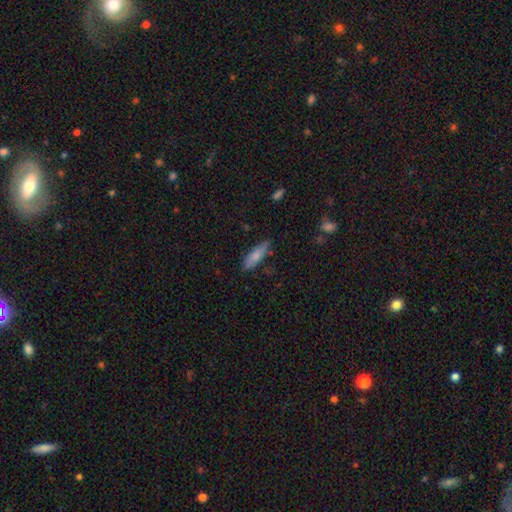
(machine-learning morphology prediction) Smooth or featured?
  - smooth: 75% *
  - featured or disk: 18%
  - star or artifact: 7%
How rounded?
  - cigar-shaped: 54% *
  - in between: 44%
  - round: 2%
Merging?
  - none: 78% *
  - minor disturbance: 16%
  - major disturbance: 3%
  - merger: 2%